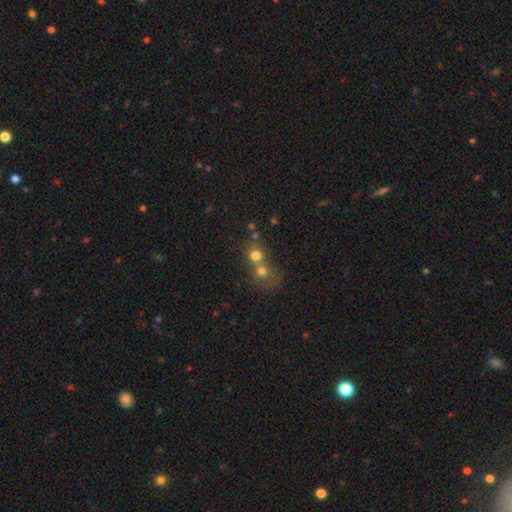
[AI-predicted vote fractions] Q: Smooth or featured?
A: smooth (71%); runner-up: star or artifact (16%)
Q: How rounded?
A: round (83%); runner-up: in between (16%)
Q: Merging?
A: merger (56%); runner-up: none (35%)